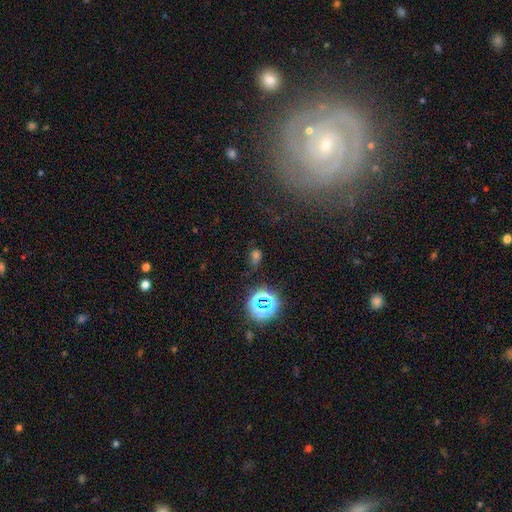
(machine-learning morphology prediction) This appears to be a star or artifact, not a galaxy (48%).